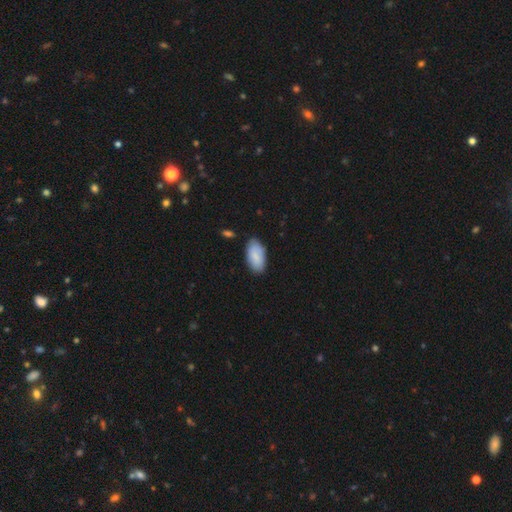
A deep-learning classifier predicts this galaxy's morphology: smooth_or_featured: smooth (p=0.83) [alt: featured or disk p=0.11]
how_rounded: in between (p=0.95) [alt: cigar-shaped p=0.03]
merging: none (p=0.77) [alt: minor disturbance p=0.17]